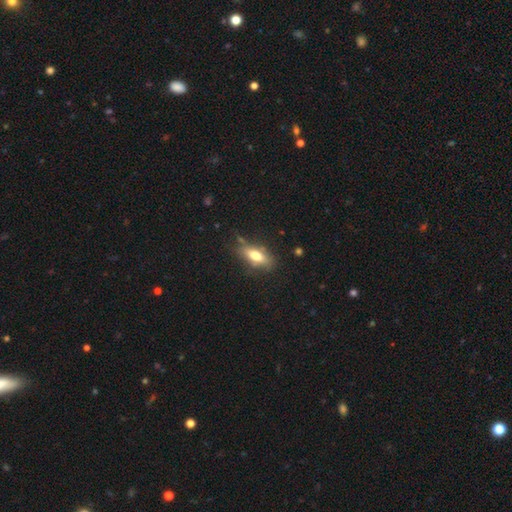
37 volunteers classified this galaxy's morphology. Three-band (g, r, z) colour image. It shows a smooth galaxy with no disk features (70%) that is in between round and cigar-shaped (92%). Merging: none (77%).